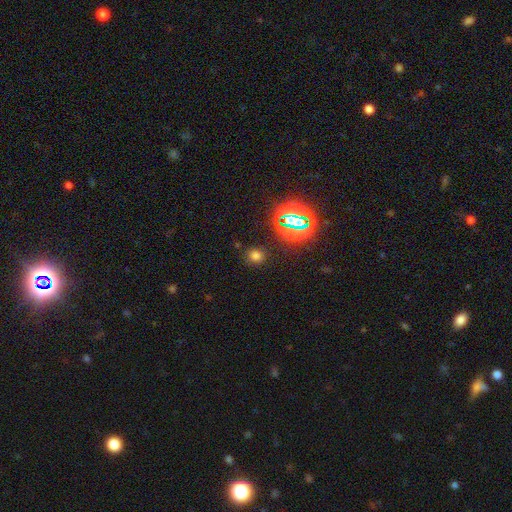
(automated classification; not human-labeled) Smooth or featured?
  - smooth: 64% *
  - star or artifact: 30%
  - featured or disk: 6%
How rounded?
  - round: 78% *
  - in between: 20%
  - cigar-shaped: 1%
Merging?
  - none: 86% *
  - minor disturbance: 8%
  - major disturbance: 3%
  - merger: 2%